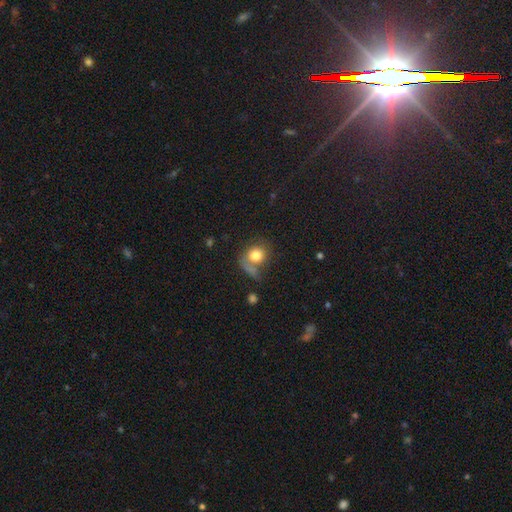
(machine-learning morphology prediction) Smooth or featured?
  - smooth: 78% *
  - featured or disk: 13%
  - star or artifact: 9%
How rounded?
  - round: 71% *
  - in between: 28%
  - cigar-shaped: 1%
Merging?
  - none: 44% *
  - merger: 21%
  - minor disturbance: 18%
  - major disturbance: 17%